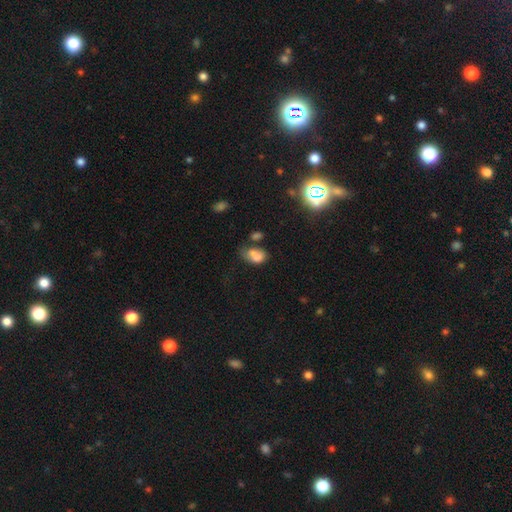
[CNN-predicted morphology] smooth_or_featured: smooth (p=0.73) [alt: featured or disk p=0.15]
how_rounded: in between (p=0.84) [alt: round p=0.15]
merging: merger (p=0.33) [alt: none p=0.30]